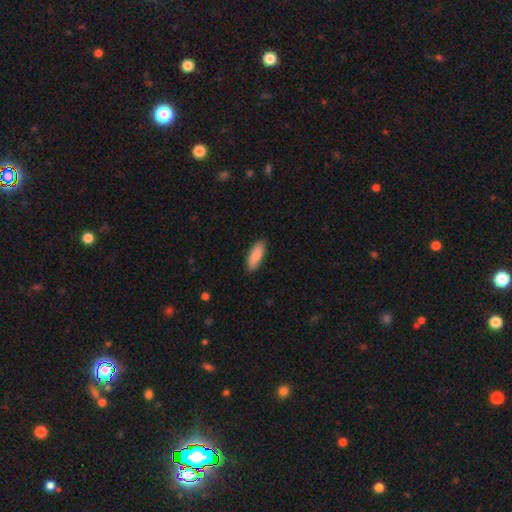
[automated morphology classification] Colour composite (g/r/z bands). It shows a smooth galaxy with no disk features (86%) that is in between round and cigar-shaped (70%). Merging: none (88%).